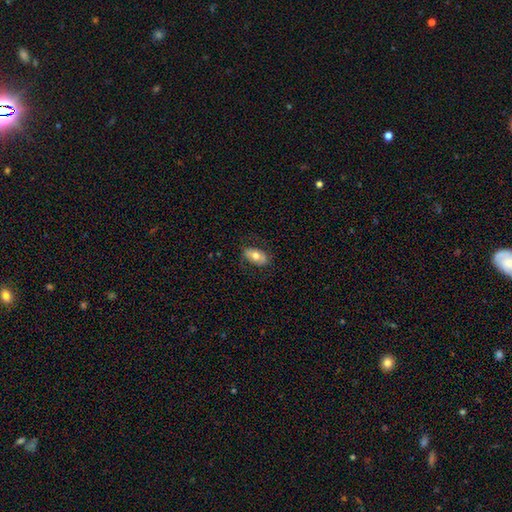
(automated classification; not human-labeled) Smooth or featured? Predicted: smooth (p=0.67). How rounded? Predicted: in between (p=0.91). Merging? Predicted: none (p=0.79).